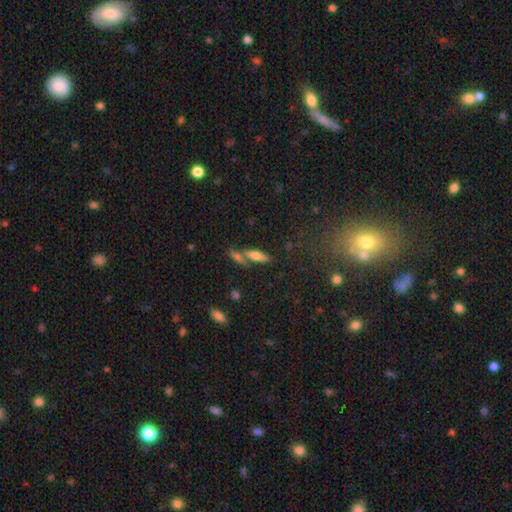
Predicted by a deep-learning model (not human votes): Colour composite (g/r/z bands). It shows a smooth galaxy with no disk features (57%) that is cigar-shaped (53%). Merging: none (57%).